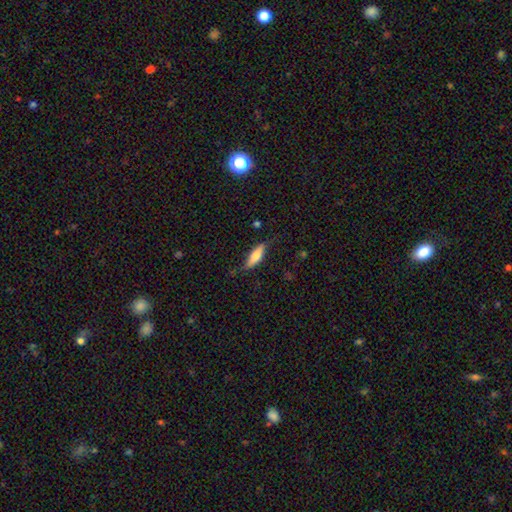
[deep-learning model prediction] Q: Smooth or featured?
A: smooth (66%); runner-up: featured or disk (28%)
Q: How rounded?
A: cigar-shaped (55%); runner-up: in between (43%)
Q: Merging?
A: none (73%); runner-up: minor disturbance (20%)